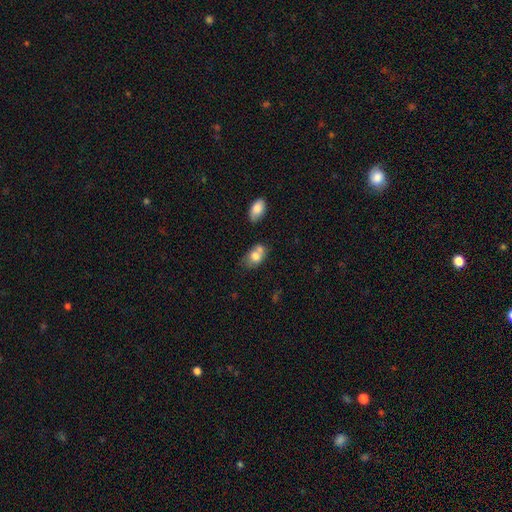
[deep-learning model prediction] This is likely a smooth galaxy (73%). How rounded: likely in between (76%). Merging: marginally merger (40%).